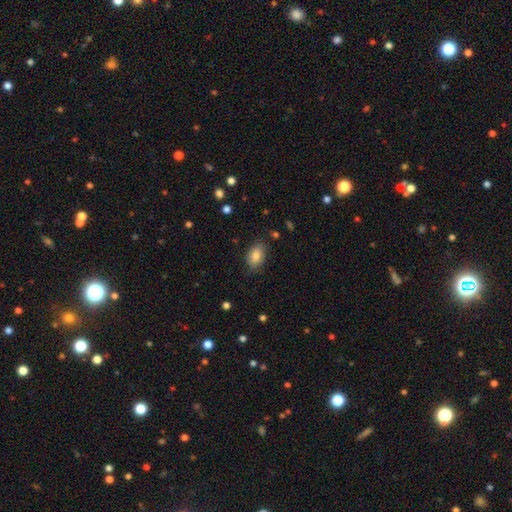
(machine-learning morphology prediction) A smooth galaxy with no disk features (85%) that is in between round and cigar-shaped (87%).

Vote fractions:
- Smooth or featured? smooth: 85% / star or artifact: 8% / featured or disk: 7%
- How rounded? in between: 87% / round: 12% / cigar-shaped: 1%
- Merging? none: 81% / minor disturbance: 14% / major disturbance: 3% / merger: 1%